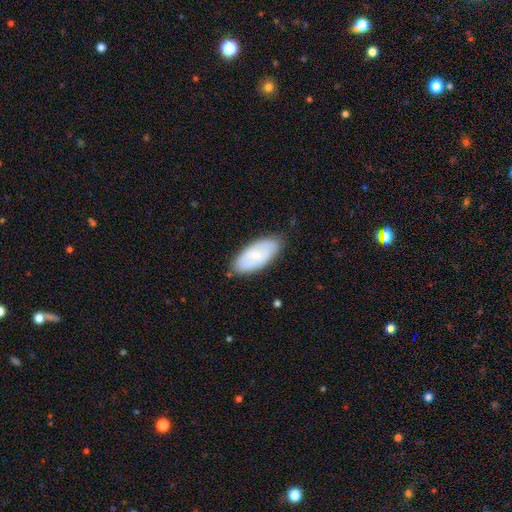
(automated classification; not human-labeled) Smooth or featured? smooth (62%)
How rounded? in between (89%)
Merging? none (80%)